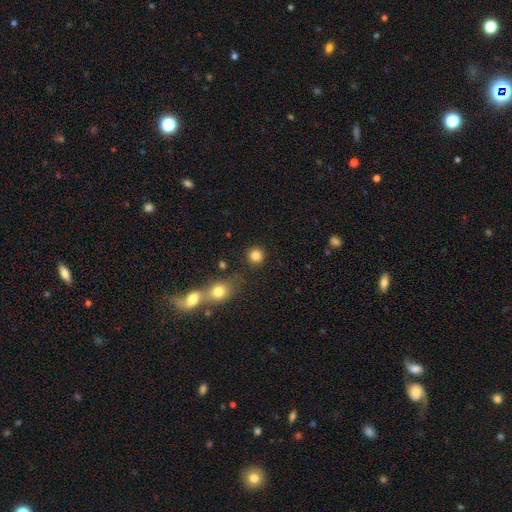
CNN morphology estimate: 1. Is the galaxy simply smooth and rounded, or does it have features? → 83% smooth, 11% star or artifact, 5% featured or disk.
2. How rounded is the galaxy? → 91% round, 8% in between, 1% cigar-shaped.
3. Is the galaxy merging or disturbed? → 83% none, 7% merger, 7% minor disturbance, 3% major disturbance.